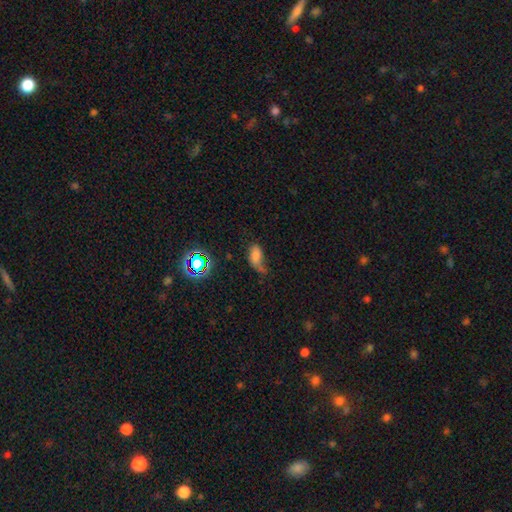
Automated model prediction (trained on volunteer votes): smooth-or-featured: smooth: 65% | featured or disk: 18% | star or artifact: 17%
  how-rounded: in between: 88% | round: 7% | cigar-shaped: 5%
  merging: minor disturbance: 32% | major disturbance: 31% | none: 30% | merger: 7%